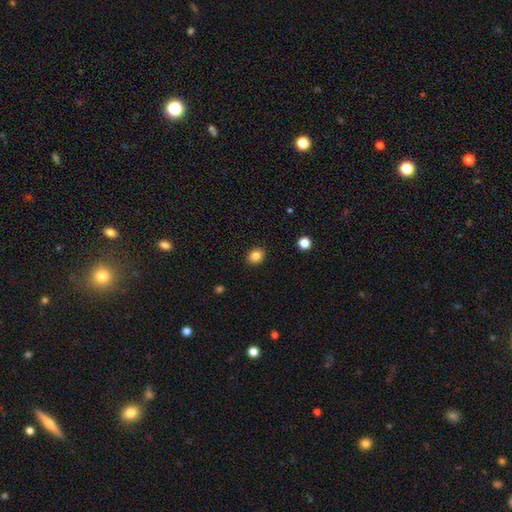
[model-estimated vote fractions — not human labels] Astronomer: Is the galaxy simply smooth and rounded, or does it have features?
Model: smooth — 85%.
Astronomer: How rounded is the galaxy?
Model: round — 60% (runner-up: in between, 39%).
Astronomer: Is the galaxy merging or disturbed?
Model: none — 90%.